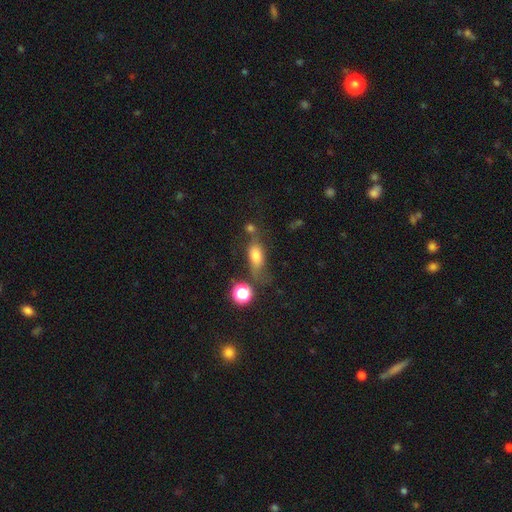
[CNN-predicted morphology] A smooth galaxy with no disk features (70%) that is in between round and cigar-shaped (73%). Merging: none (49%).